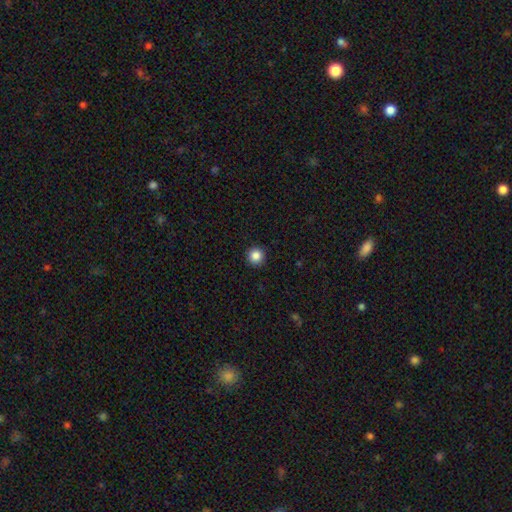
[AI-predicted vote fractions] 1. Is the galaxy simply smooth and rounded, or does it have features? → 86% smooth, 11% star or artifact, 4% featured or disk.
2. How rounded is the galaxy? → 96% round, 3% in between, 1% cigar-shaped.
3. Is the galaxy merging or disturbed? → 92% none, 5% minor disturbance, 2% major disturbance, 1% merger.